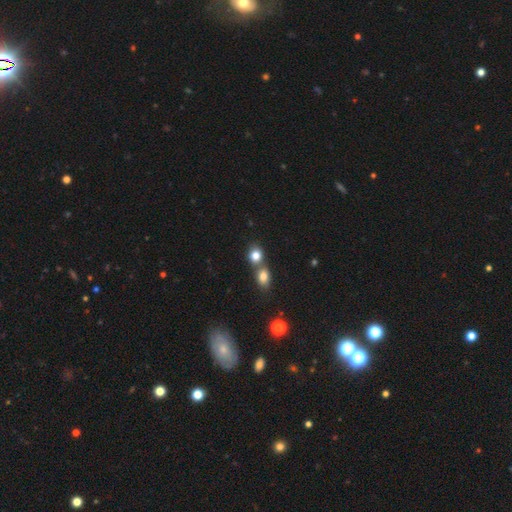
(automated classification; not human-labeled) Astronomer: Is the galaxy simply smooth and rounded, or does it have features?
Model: smooth — 81%.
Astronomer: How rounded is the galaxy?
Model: round — 65%.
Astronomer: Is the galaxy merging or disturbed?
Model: merger — 49% (runner-up: none, 41%).